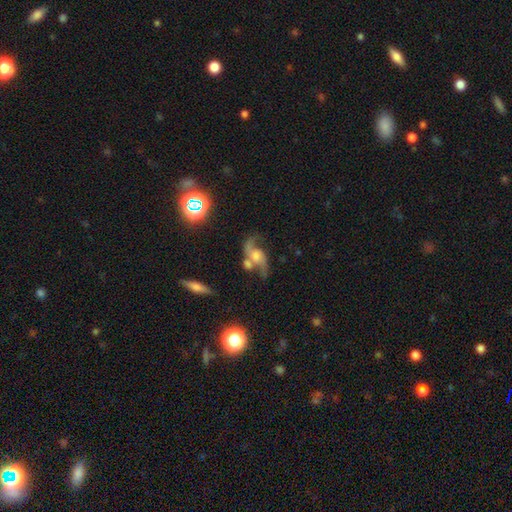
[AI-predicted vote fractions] This is clearly a featured or disk galaxy (81%). It is clearly not viewed edge-on (95%). Bar: likely no (61%). Spiral arm pattern: clearly yes (93%). Spiral arm count: clearly 2 (90%). Spiral winding: likely loose (73%). Central bulge: marginally moderate (44%). Merging: marginally none (44%).